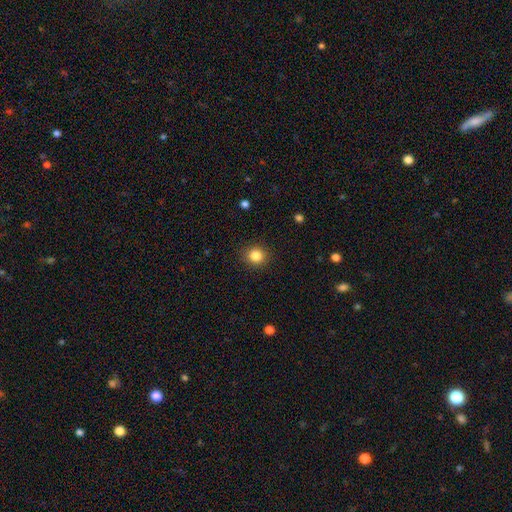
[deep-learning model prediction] A smooth galaxy with no disk features (85%) that is round (84%). Merging: none (90%).